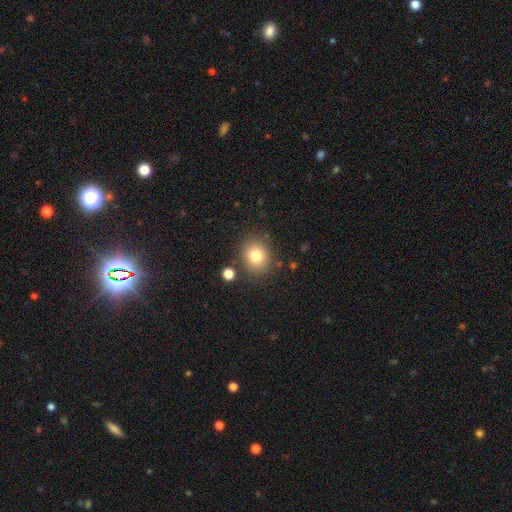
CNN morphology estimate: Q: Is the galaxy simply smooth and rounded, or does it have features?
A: smooth — 78%.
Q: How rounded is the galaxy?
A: round — 73%.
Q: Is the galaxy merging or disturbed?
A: none — 82%.